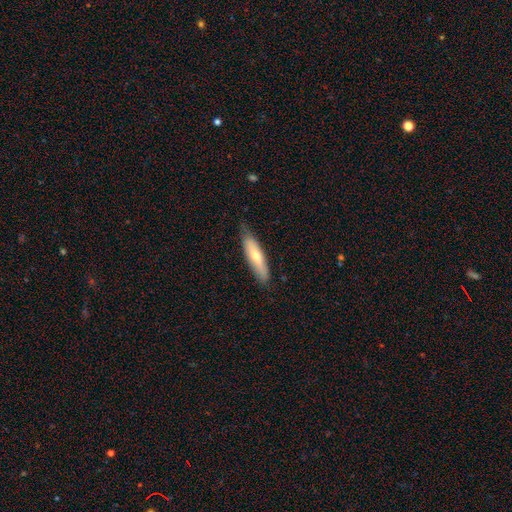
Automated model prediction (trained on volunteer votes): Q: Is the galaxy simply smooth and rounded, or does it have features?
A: smooth — 64%.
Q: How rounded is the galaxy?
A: cigar-shaped — 66%.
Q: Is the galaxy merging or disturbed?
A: none — 77%.